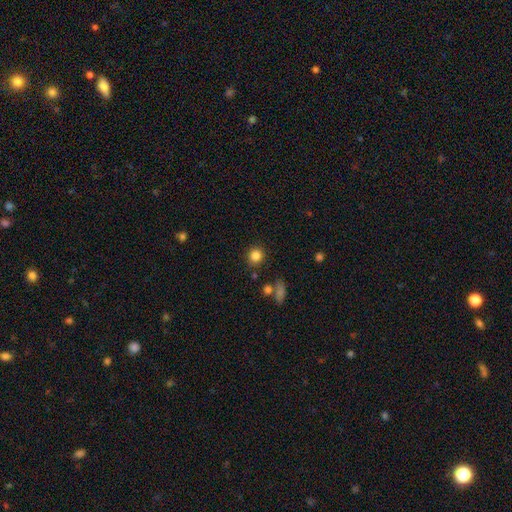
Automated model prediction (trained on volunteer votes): Smooth or featured?
  - smooth: 83% *
  - star or artifact: 11%
  - featured or disk: 5%
How rounded?
  - round: 89% *
  - in between: 10%
  - cigar-shaped: 1%
Merging?
  - none: 86% *
  - minor disturbance: 8%
  - merger: 3%
  - major disturbance: 3%